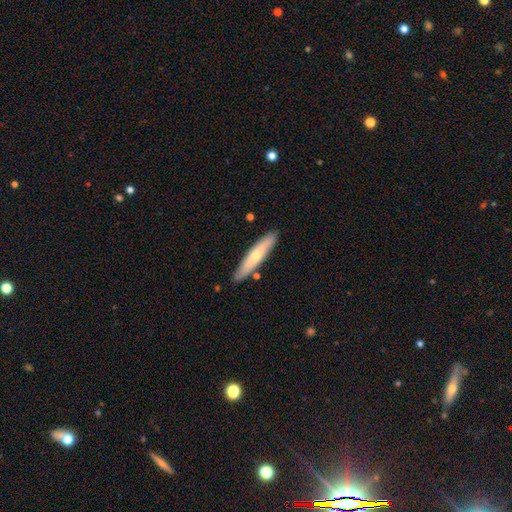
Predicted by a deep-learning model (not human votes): Smooth or featured?
  - smooth: 58% *
  - featured or disk: 37%
  - star or artifact: 5%
How rounded?
  - cigar-shaped: 87% *
  - in between: 12%
  - round: 1%
Merging?
  - none: 85% *
  - minor disturbance: 10%
  - merger: 3%
  - major disturbance: 2%